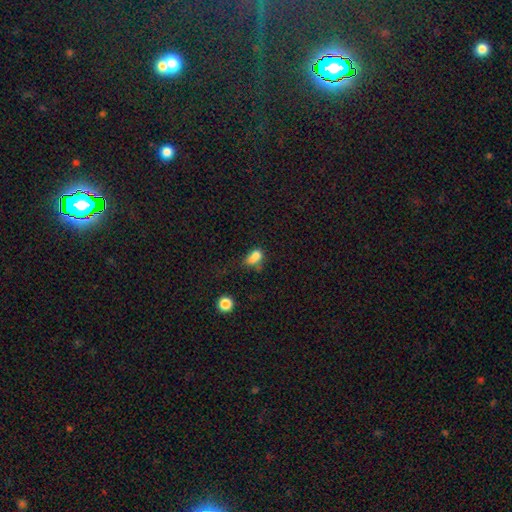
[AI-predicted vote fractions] This appears to be a smooth galaxy with no disk features (75%) that is in between round and cigar-shaped (72%). Merging: none (31%).